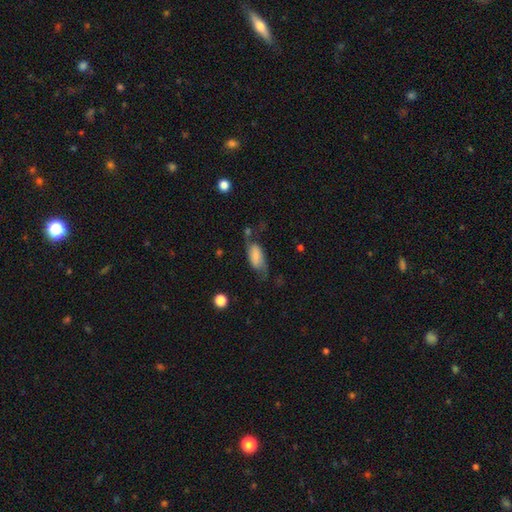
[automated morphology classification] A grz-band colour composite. It shows a smooth galaxy with no disk features (53%) that is in between round and cigar-shaped (88%). Merging: none (44%).